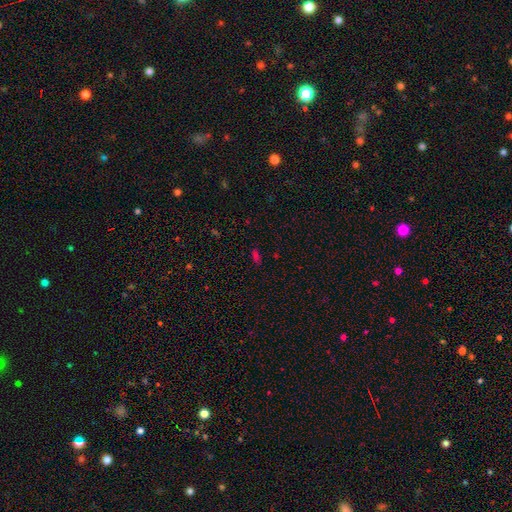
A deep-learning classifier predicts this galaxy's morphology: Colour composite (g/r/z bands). It shows a smooth galaxy with no disk features (62%) that is in between round and cigar-shaped (77%). Merging: none (81%).